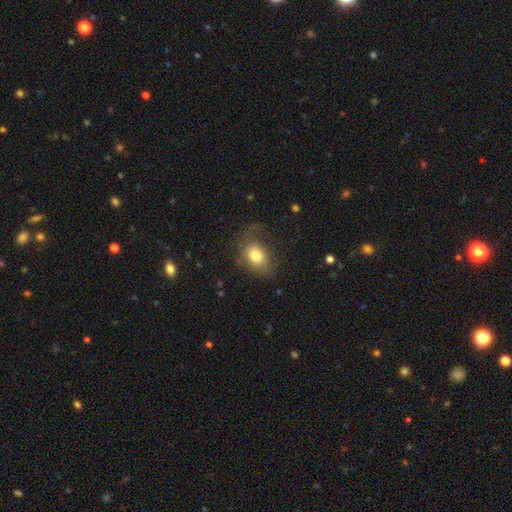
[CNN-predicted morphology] smooth-or-featured: smooth: 76% | featured or disk: 14% | star or artifact: 9%
  how-rounded: in between: 64% | round: 35% | cigar-shaped: 1%
  merging: none: 56% | minor disturbance: 24% | major disturbance: 19% | merger: 2%